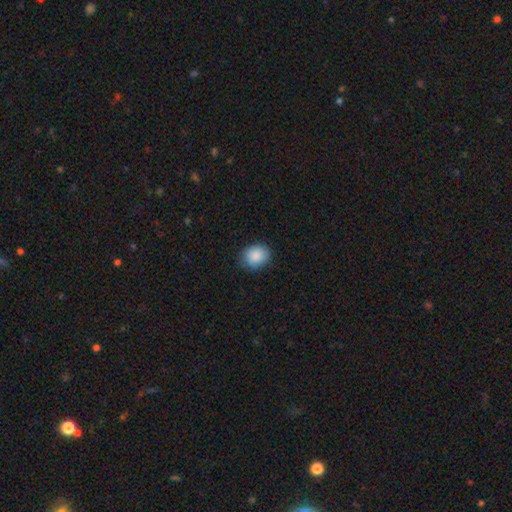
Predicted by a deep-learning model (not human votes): Morphology: type=smooth (88%); roundness=round (61%); merging=none (77%).